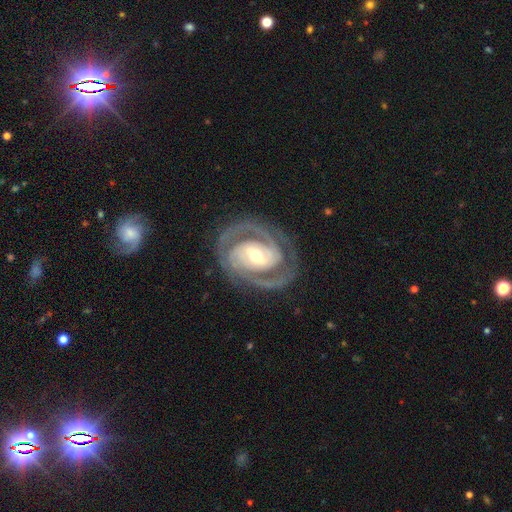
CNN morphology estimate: Smooth or featured? Predicted: featured or disk (p=0.92). Edge-on disk? Predicted: no (p=0.97). Bar? Predicted: weak (p=0.37). Spiral arms? Predicted: yes (p=0.98). Spiral winding? Predicted: tight (p=0.66). Spiral arm count? Predicted: 2 (p=0.77). Bulge size? Predicted: moderate (p=0.66). Merging? Predicted: none (p=0.81).